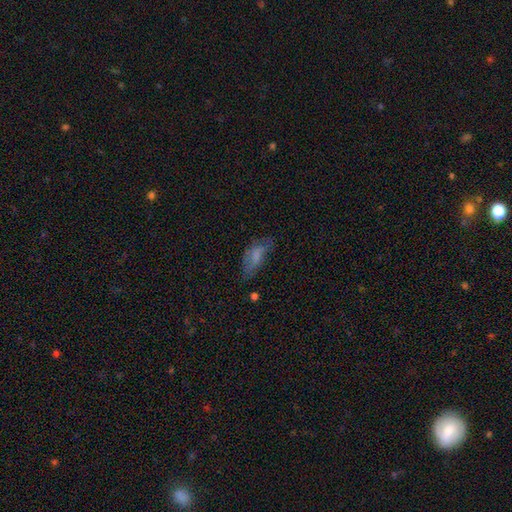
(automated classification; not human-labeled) Smooth or featured?
  - smooth: 61% *
  - featured or disk: 29%
  - star or artifact: 10%
How rounded?
  - in between: 81% *
  - cigar-shaped: 16%
  - round: 3%
Merging?
  - none: 49% *
  - minor disturbance: 29%
  - major disturbance: 19%
  - merger: 3%